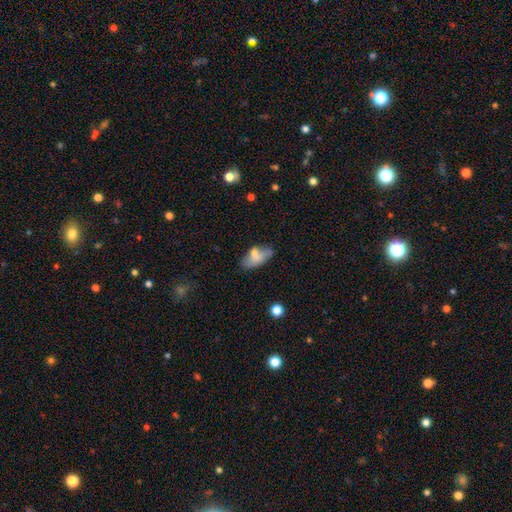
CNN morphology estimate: Smooth or featured: smooth — 70% (featured or disk — 21%)
How rounded: in between — 89% (cigar-shaped — 7%)
Merging: none — 50% (minor disturbance — 25%)